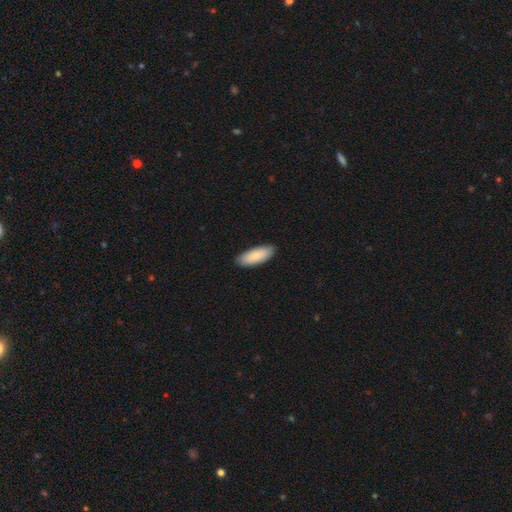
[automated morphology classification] This is clearly a smooth galaxy (87%). How rounded: likely in between (76%). Merging: clearly none (87%).